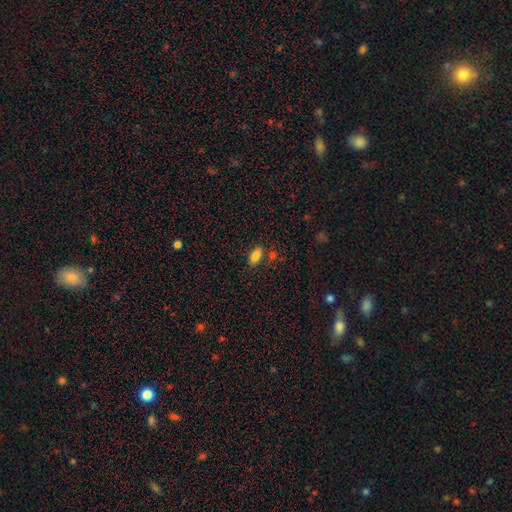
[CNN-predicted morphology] type=smooth (85%); roundness=in between (89%); merging=none (76%).